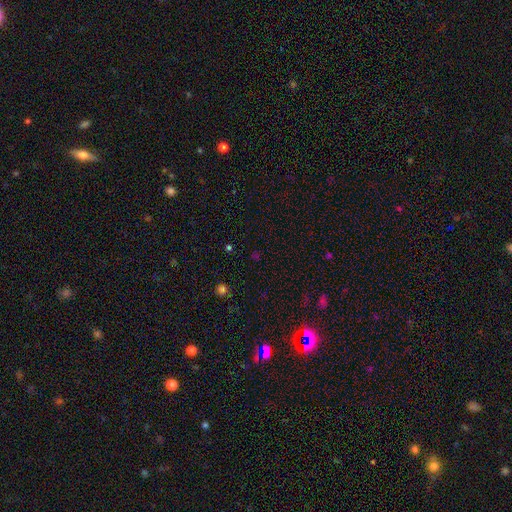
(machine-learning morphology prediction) star or artifact 57%, smooth 36%, featured or disk 7%.